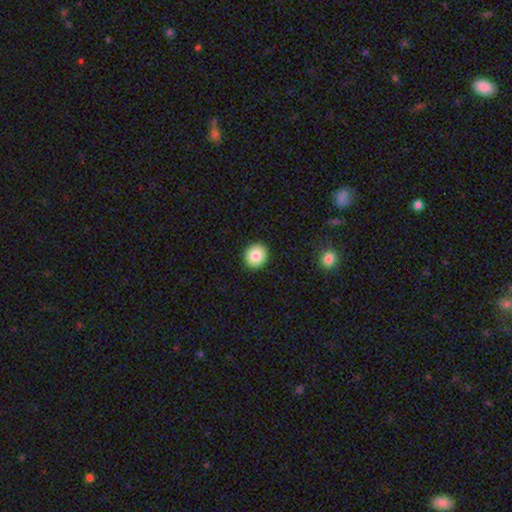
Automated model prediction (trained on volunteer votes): smooth-or-featured: smooth: 85% | star or artifact: 9% | featured or disk: 6%
  how-rounded: round: 83% | in between: 16% | cigar-shaped: 1%
  merging: none: 92% | minor disturbance: 5% | major disturbance: 2% | merger: 1%